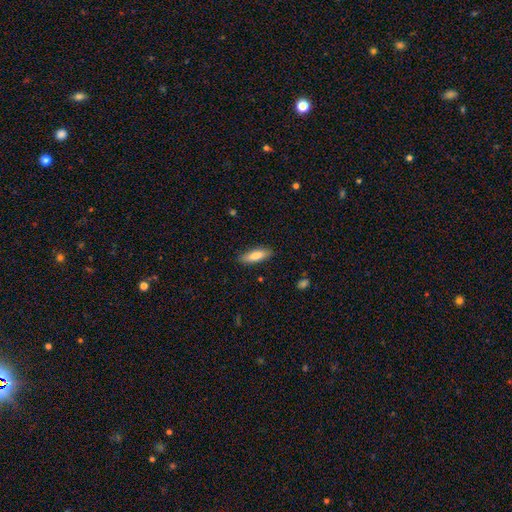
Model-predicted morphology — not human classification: This appears to be a smooth galaxy with no disk features (77%) that is cigar-shaped (50%). Merging: none (86%).